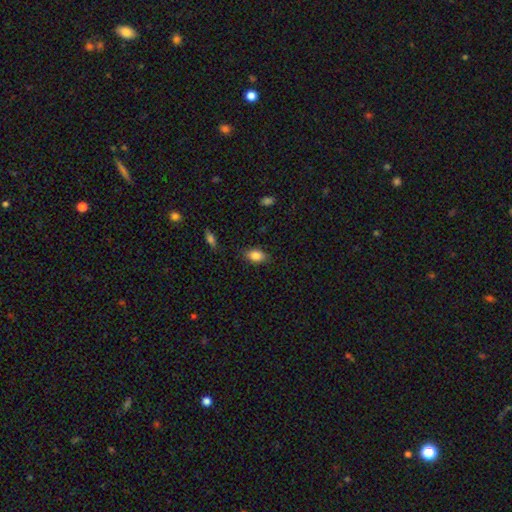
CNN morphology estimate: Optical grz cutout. It shows a smooth galaxy with no disk features (84%) that is in between round and cigar-shaped (85%). Merging: none (84%).